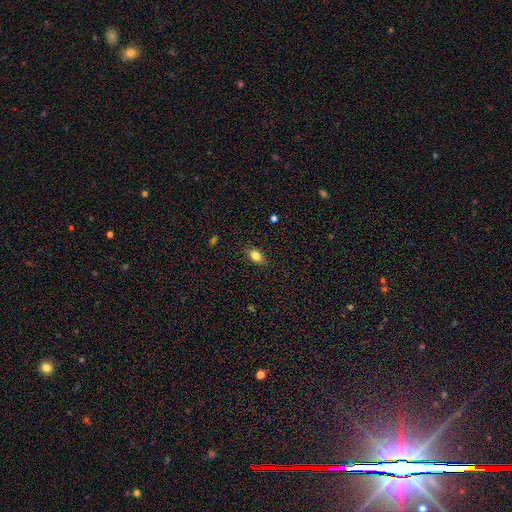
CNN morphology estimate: smooth-or-featured: smooth: 82% | star or artifact: 9% | featured or disk: 8%
  how-rounded: in between: 83% | round: 13% | cigar-shaped: 4%
  merging: none: 85% | minor disturbance: 12% | major disturbance: 3% | merger: 1%